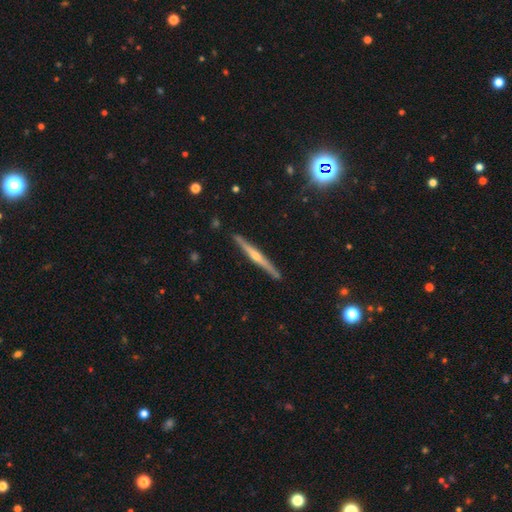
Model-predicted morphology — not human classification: featured or disk 77%, smooth 16%, star or artifact 7%. Down the decision tree: edge-on disk — yes (98%); edge-on bulge — rounded (82%); merging — none (91%).